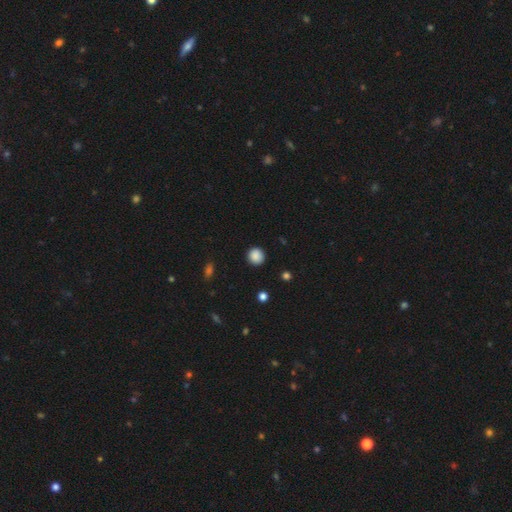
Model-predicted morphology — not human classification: smooth 88%, star or artifact 9%, featured or disk 3%. Down the decision tree: how rounded — round (90%); merging — none (90%).